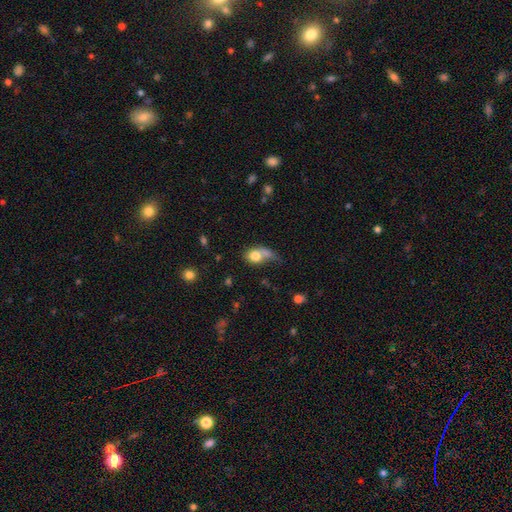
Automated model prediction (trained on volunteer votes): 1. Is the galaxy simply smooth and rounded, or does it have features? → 75% smooth, 16% featured or disk, 9% star or artifact.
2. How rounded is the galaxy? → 57% in between, 41% round, 3% cigar-shaped.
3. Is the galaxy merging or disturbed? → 30% merger, 28% none, 24% major disturbance, 19% minor disturbance.